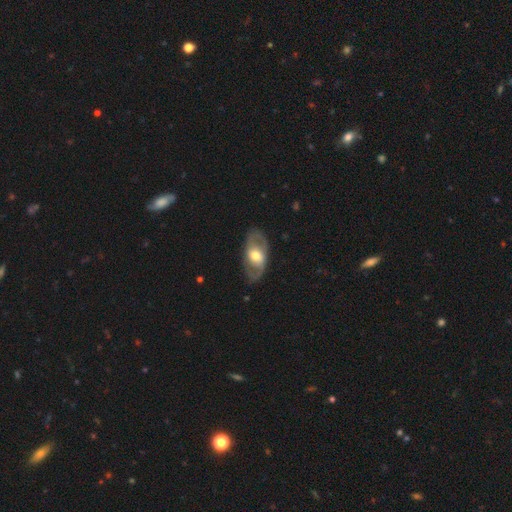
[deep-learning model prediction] Smooth or featured? Predicted: featured or disk (p=0.65). Edge-on disk? Predicted: no (p=0.90). Bar? Predicted: no (p=0.50). Spiral arms? Predicted: yes (p=0.62). Bulge size? Predicted: moderate (p=0.65). Merging? Predicted: none (p=0.78).